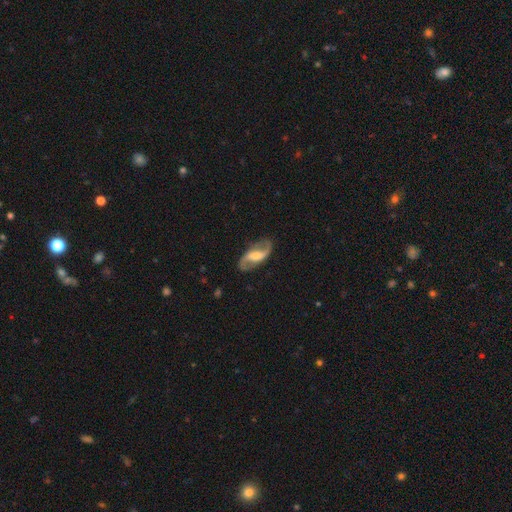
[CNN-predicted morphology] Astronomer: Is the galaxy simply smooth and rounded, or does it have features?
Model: featured or disk — 84%.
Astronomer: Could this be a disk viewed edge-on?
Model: no — 96%.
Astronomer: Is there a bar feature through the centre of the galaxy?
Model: weak — 45% (runner-up: strong, 35%).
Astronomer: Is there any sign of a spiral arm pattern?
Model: yes — 94%.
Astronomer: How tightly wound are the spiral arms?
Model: loose — 57% (runner-up: medium, 34%).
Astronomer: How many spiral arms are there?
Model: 2 — 93%.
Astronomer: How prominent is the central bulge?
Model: moderate — 41% (runner-up: small, 24%).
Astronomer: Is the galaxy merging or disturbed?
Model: none — 81%.